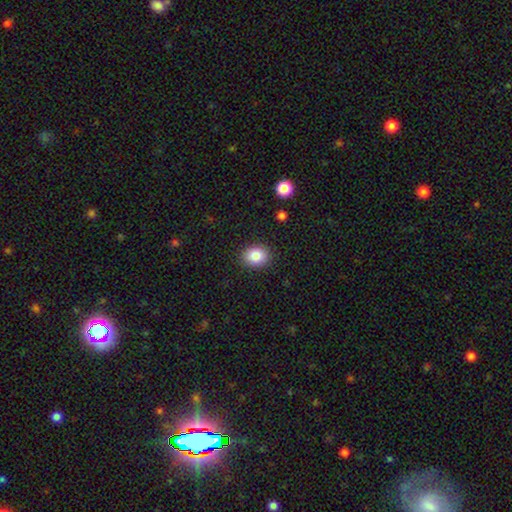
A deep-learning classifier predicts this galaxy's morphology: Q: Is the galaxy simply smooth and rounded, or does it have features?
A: smooth — 85%.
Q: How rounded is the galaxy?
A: in between — 50%.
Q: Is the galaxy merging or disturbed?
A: none — 90%.